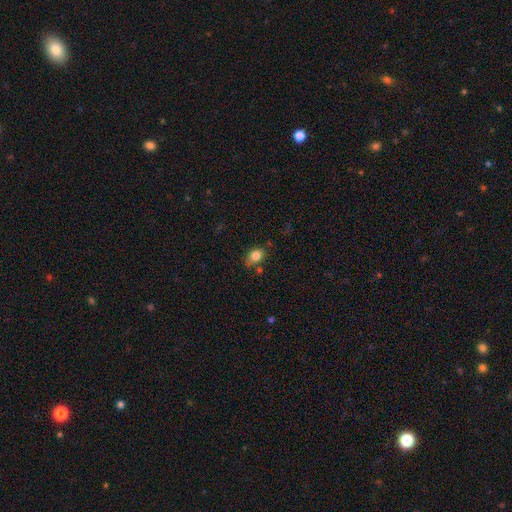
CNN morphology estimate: smooth_or_featured: smooth (p=0.83) [alt: star or artifact p=0.10]
how_rounded: in between (p=0.61) [alt: round p=0.37]
merging: none (p=0.64) [alt: minor disturbance p=0.23]